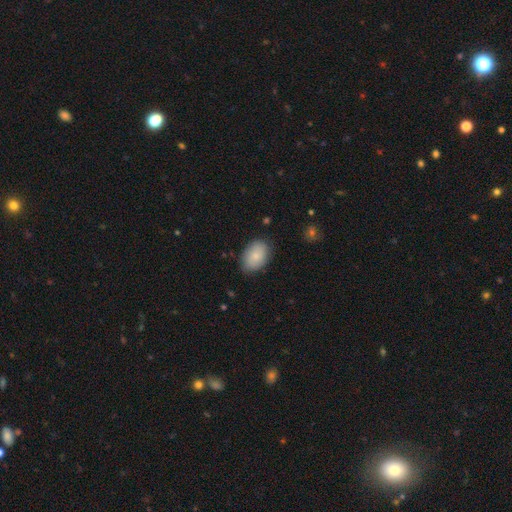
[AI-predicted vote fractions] Smooth or featured?
  - smooth: 83% *
  - featured or disk: 10%
  - star or artifact: 6%
How rounded?
  - in between: 84% *
  - round: 15%
  - cigar-shaped: 1%
Merging?
  - none: 82% *
  - minor disturbance: 14%
  - major disturbance: 3%
  - merger: 1%